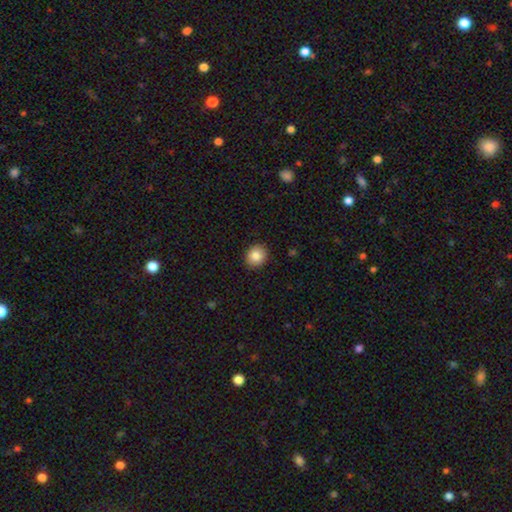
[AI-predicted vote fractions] smooth-or-featured: smooth: 86% | star or artifact: 9% | featured or disk: 5%
  how-rounded: round: 73% | in between: 26% | cigar-shaped: 1%
  merging: none: 90% | minor disturbance: 7% | major disturbance: 2% | merger: 1%